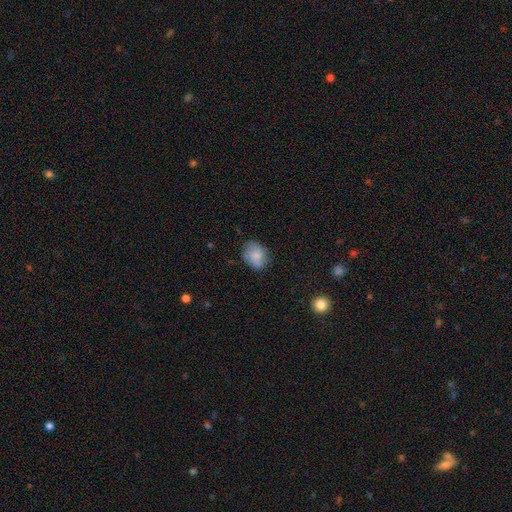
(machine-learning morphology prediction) smooth 73%, featured or disk 19%, star or artifact 8%. Down the decision tree: how rounded — in between (56%); merging — none (69%).